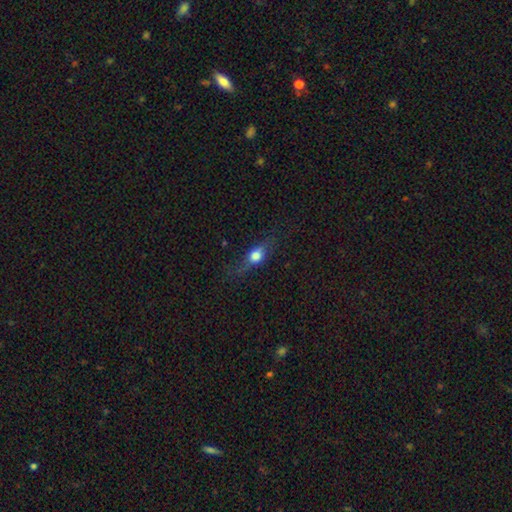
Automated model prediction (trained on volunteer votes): Smooth or featured?
  - smooth: 58% *
  - featured or disk: 31%
  - star or artifact: 11%
How rounded?
  - in between: 52% *
  - round: 27%
  - cigar-shaped: 21%
Merging?
  - none: 65% *
  - minor disturbance: 21%
  - major disturbance: 12%
  - merger: 2%